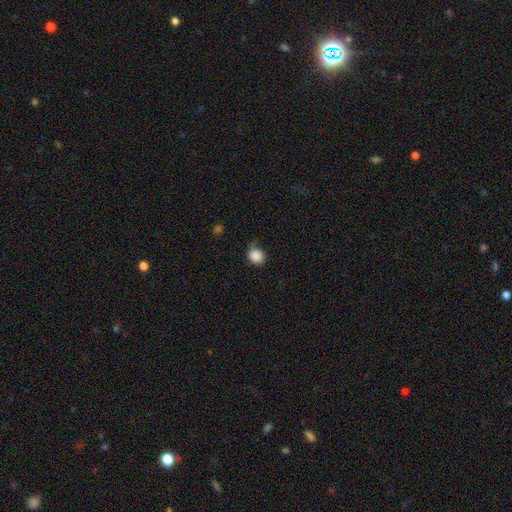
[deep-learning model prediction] smooth_or_featured: smooth (p=0.88) [alt: star or artifact p=0.09]
how_rounded: round (p=0.72) [alt: in between p=0.27]
merging: none (p=0.71) [alt: minor disturbance p=0.22]